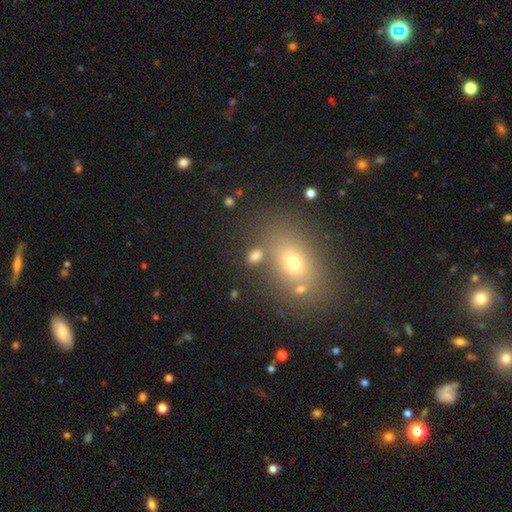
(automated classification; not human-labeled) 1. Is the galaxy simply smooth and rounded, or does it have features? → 76% smooth, 15% star or artifact, 10% featured or disk.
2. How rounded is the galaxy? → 79% in between, 19% round, 3% cigar-shaped.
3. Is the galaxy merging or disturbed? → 70% none, 12% minor disturbance, 12% merger, 6% major disturbance.